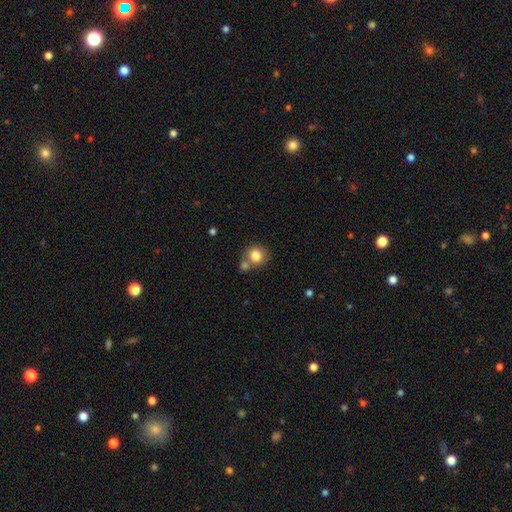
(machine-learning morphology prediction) smooth_or_featured: smooth (p=0.82) [alt: star or artifact p=0.10]
how_rounded: round (p=0.87) [alt: in between p=0.12]
merging: none (p=0.59) [alt: merger p=0.28]